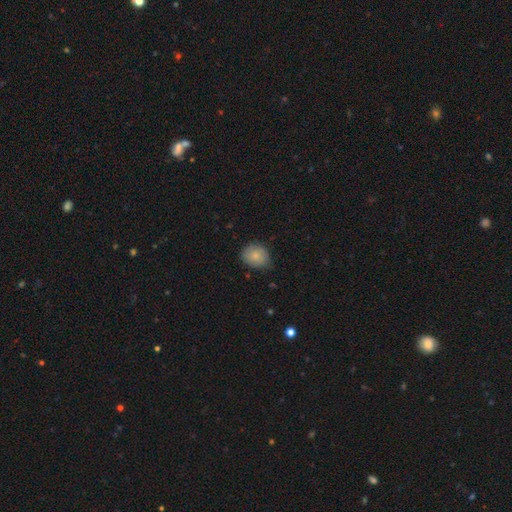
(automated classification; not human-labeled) smooth-or-featured: smooth: 82% | featured or disk: 11% | star or artifact: 7%
  how-rounded: round: 66% | in between: 33% | cigar-shaped: 1%
  merging: none: 74% | minor disturbance: 21% | major disturbance: 3% | merger: 1%